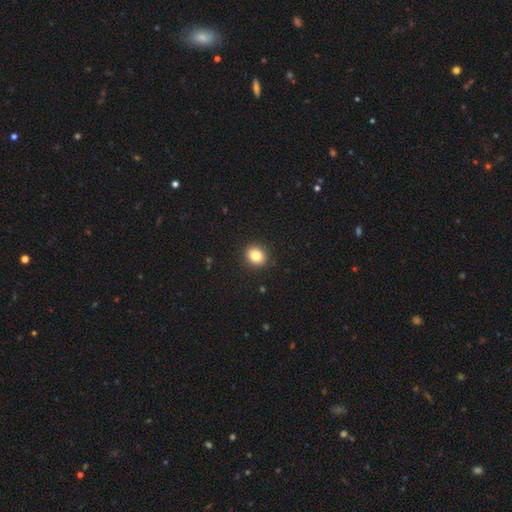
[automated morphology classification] Q: Smooth or featured?
A: smooth (83%); runner-up: star or artifact (10%)
Q: How rounded?
A: round (70%); runner-up: in between (29%)
Q: Merging?
A: none (91%); runner-up: minor disturbance (6%)